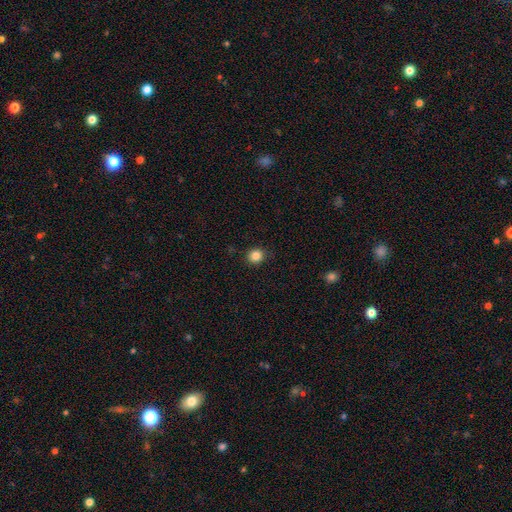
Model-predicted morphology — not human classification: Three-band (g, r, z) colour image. It shows a smooth galaxy with no disk features (85%) that is round (84%). Merging: none (89%).